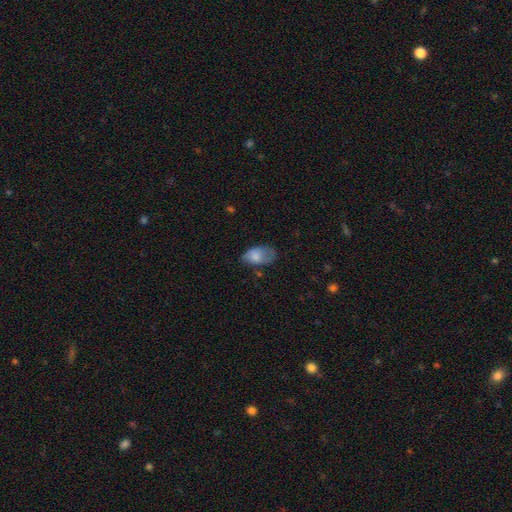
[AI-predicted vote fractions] A smooth galaxy with no disk features (76%) that is in between round and cigar-shaped (91%). Merging: none (42%).